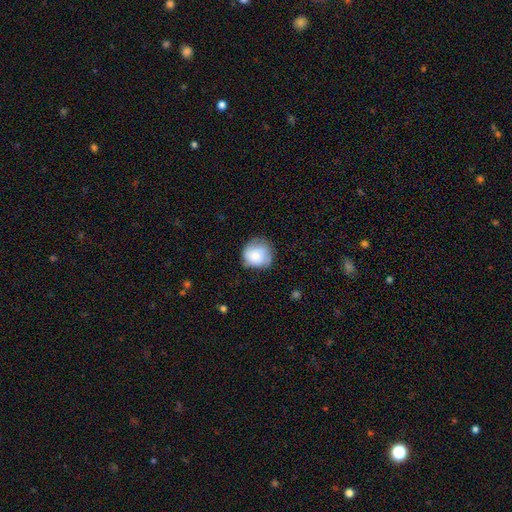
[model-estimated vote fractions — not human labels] Morphology: type=smooth (70%); roundness=round (86%); merging=none (66%).